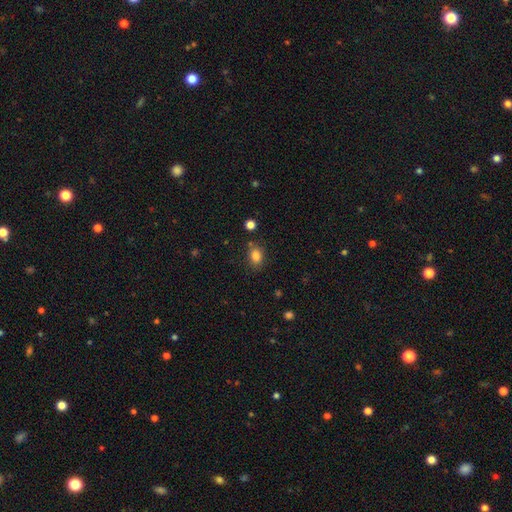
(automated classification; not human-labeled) This is clearly a smooth galaxy (83%). How rounded: likely in between (65%). Merging: likely none (79%).